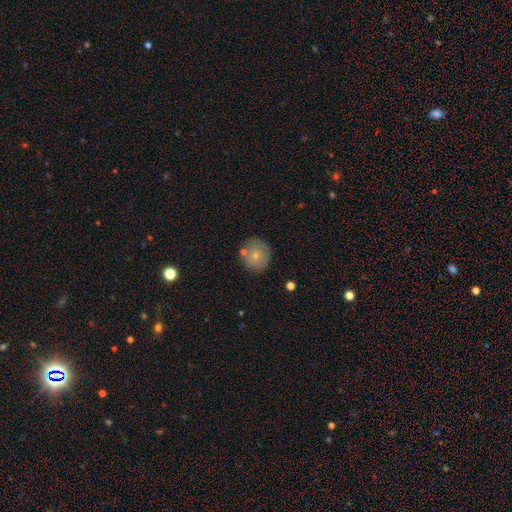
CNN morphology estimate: This appears to be a smooth galaxy with no disk features (67%) that is round (84%). Merging: none (72%).